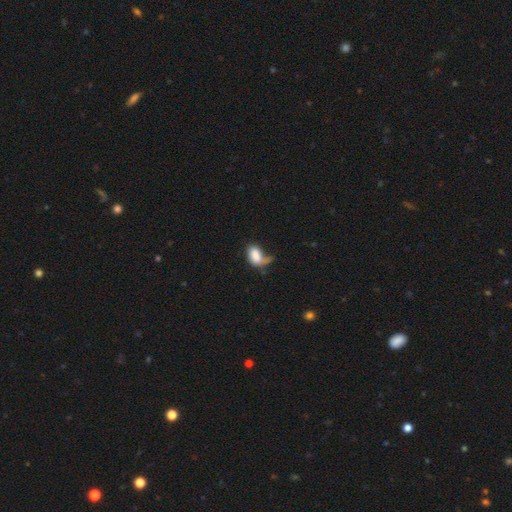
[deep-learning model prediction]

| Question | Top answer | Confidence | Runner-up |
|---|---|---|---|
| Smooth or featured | smooth | 76% | featured or disk (16%) |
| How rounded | in between | 88% | round (9%) |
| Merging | major disturbance | 34% | none (27%) |